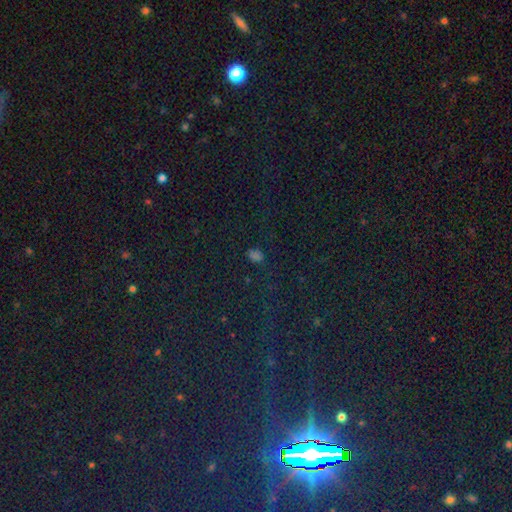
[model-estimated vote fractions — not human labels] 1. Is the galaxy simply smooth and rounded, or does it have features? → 56% smooth, 38% star or artifact, 6% featured or disk.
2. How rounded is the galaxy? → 68% in between, 30% round, 2% cigar-shaped.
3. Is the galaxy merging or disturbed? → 75% none, 14% minor disturbance, 6% major disturbance, 5% merger.